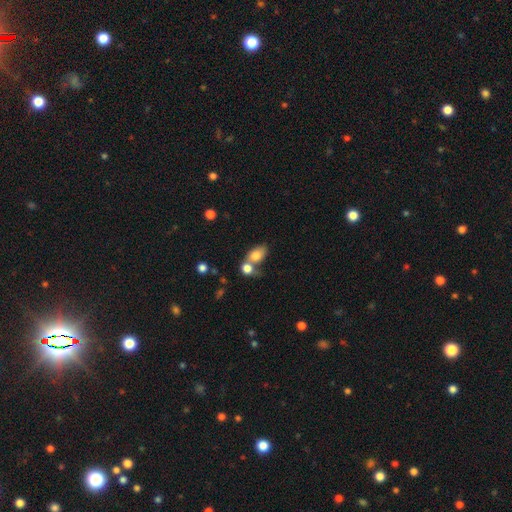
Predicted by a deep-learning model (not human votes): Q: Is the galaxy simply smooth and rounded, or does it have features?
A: smooth — 78%.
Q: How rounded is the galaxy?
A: in between — 78%.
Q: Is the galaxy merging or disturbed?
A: merger — 50%.